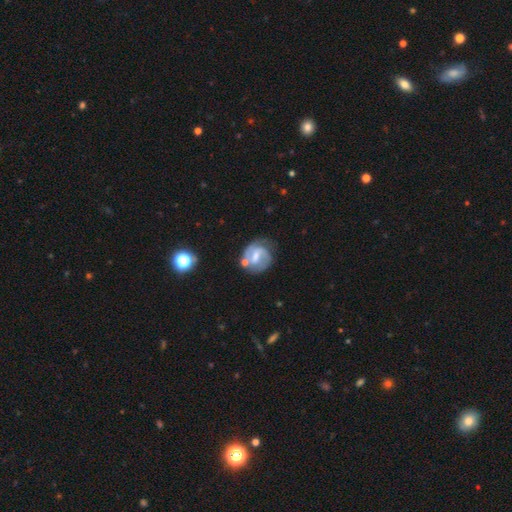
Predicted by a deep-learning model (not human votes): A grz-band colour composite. It shows a featured or disk galaxy (73%) with a weak bar (52%), 2 (66%) medium (43%) spiral arms (87%) and a small central bulge (40%). Merging: none (56%).